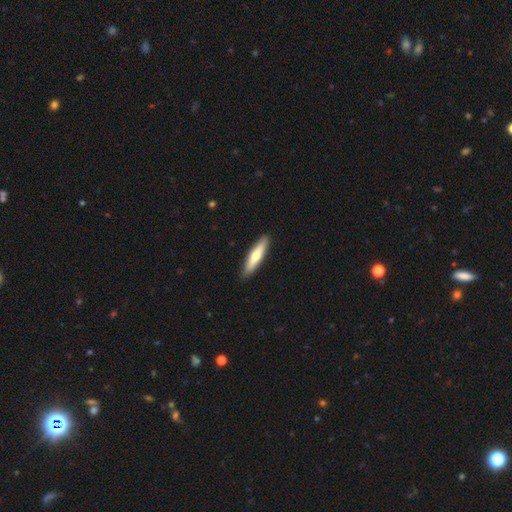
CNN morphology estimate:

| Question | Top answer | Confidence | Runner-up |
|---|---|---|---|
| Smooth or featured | smooth | 63% | featured or disk (33%) |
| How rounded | cigar-shaped | 79% | in between (20%) |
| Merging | none | 90% | minor disturbance (7%) |